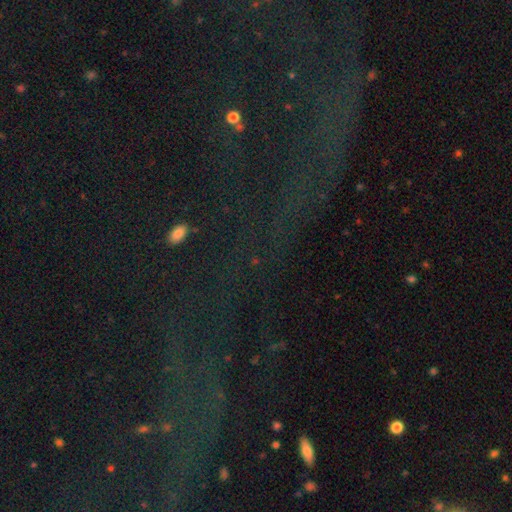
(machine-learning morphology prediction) This appears to be a star or artifact, not a galaxy (68%).